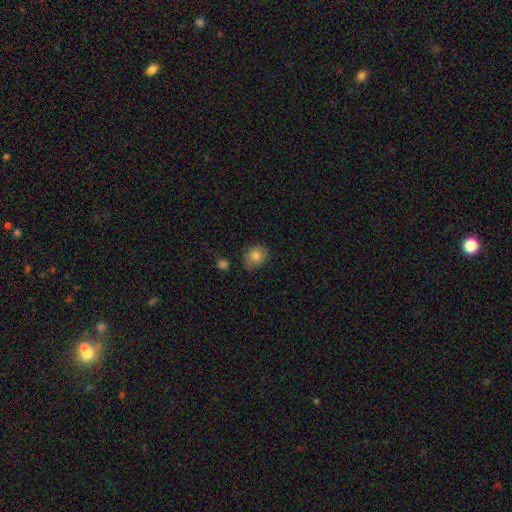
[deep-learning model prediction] This appears to be a smooth galaxy with no disk features (82%) that is round (55%). Merging: none (71%).